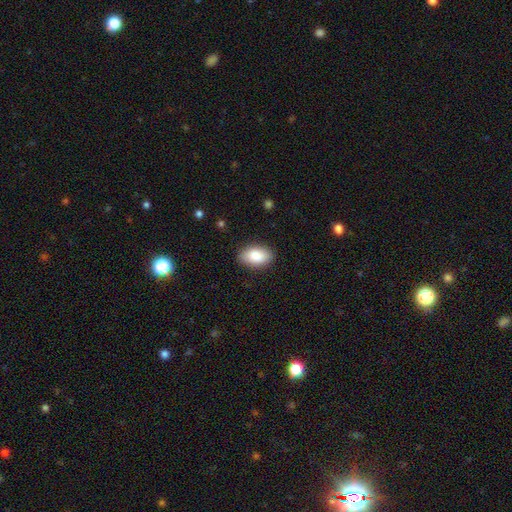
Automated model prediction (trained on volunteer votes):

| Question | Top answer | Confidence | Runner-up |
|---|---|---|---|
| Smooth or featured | smooth | 87% | featured or disk (7%) |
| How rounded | in between | 92% | round (6%) |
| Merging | none | 87% | minor disturbance (10%) |